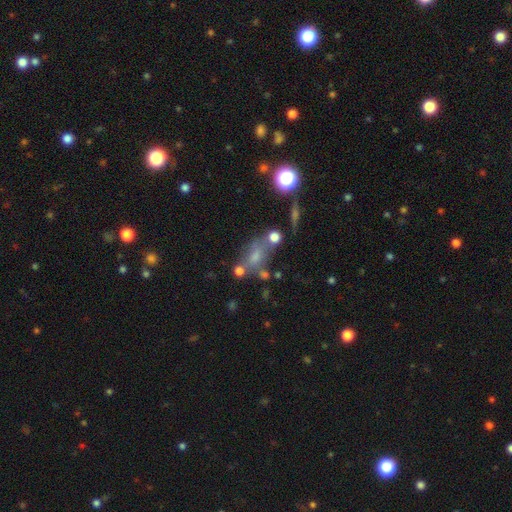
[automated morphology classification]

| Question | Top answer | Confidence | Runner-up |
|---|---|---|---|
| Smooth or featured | smooth | 52% | featured or disk (27%) |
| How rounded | in between | 70% | round (22%) |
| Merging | none | 44% | merger (24%) |